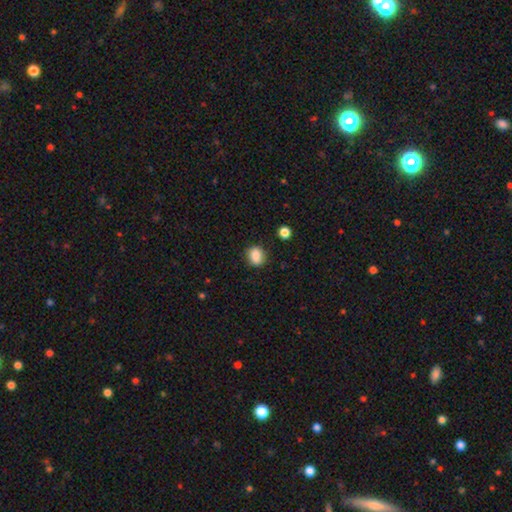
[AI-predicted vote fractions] This is clearly a smooth galaxy (84%). How rounded: possibly in between (50%). Merging: likely none (80%).